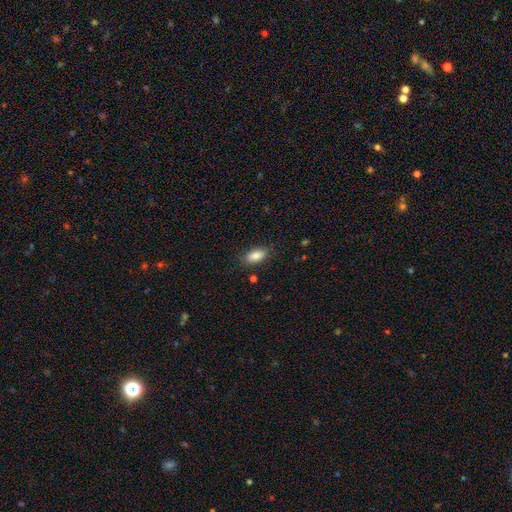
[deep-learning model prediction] smooth-or-featured: smooth: 86% | star or artifact: 7% | featured or disk: 6%
  how-rounded: in between: 90% | cigar-shaped: 6% | round: 4%
  merging: none: 84% | minor disturbance: 12% | major disturbance: 3% | merger: 1%